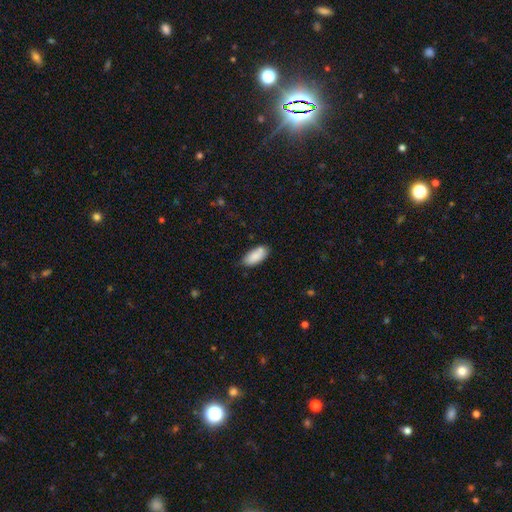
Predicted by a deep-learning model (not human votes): Morphology: type=smooth (87%); roundness=in between (88%); merging=none (72%).